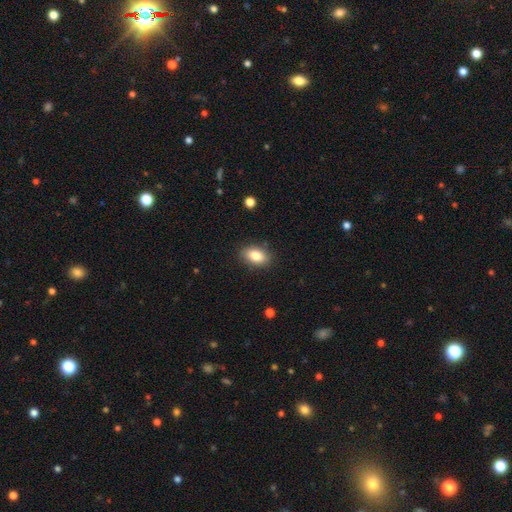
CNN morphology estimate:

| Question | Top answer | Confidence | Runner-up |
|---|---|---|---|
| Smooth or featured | smooth | 83% | featured or disk (9%) |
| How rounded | in between | 84% | round (14%) |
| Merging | none | 86% | minor disturbance (10%) |